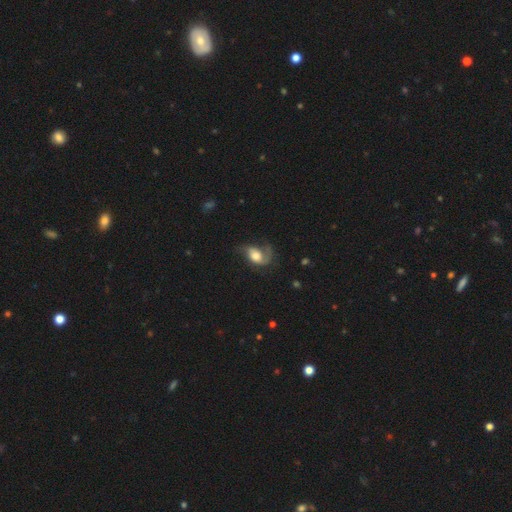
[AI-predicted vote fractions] smooth-or-featured: featured or disk: 57% | smooth: 35% | star or artifact: 8%
  disk-edge-on: no: 96% | yes: 4%
    bar: no: 63% | weak: 28% | strong: 9%
    has-spiral-arms: yes: 85% | no: 15%
    bulge-size: large: 41% | moderate: 38% | small: 9% | dominant: 8% | none: 5%
  merging: none: 39% | major disturbance: 34% | minor disturbance: 24% | merger: 3%